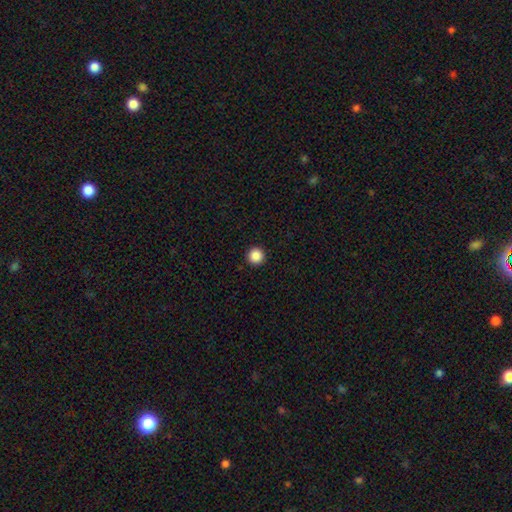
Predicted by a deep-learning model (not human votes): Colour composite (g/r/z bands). It shows a smooth galaxy with no disk features (88%) that is round (97%). Merging: none (94%).